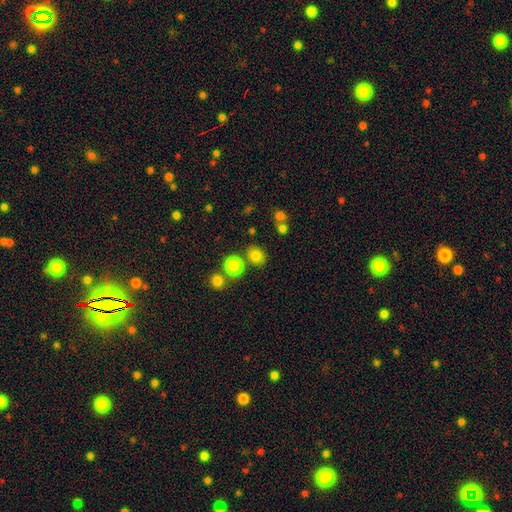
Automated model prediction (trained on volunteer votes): A smooth galaxy with no disk features (80%) that is round (63%).

Vote fractions:
- Smooth or featured? smooth: 80% / star or artifact: 14% / featured or disk: 6%
- How rounded? round: 63% / in between: 36% / cigar-shaped: 1%
- Merging? none: 75% / merger: 12% / minor disturbance: 10% / major disturbance: 4%